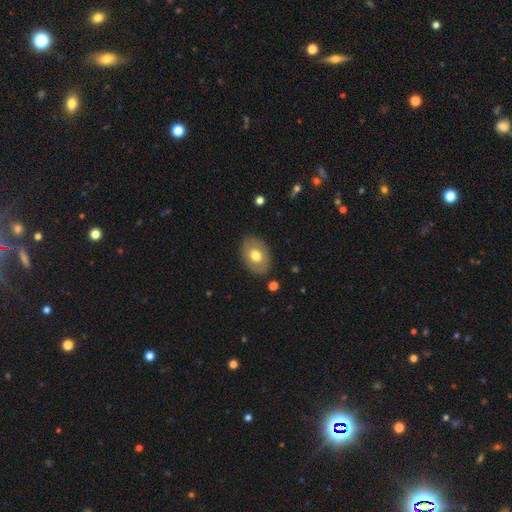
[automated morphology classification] This appears to be a smooth galaxy with no disk features (65%) that is in between round and cigar-shaped (80%). Merging: none (85%).